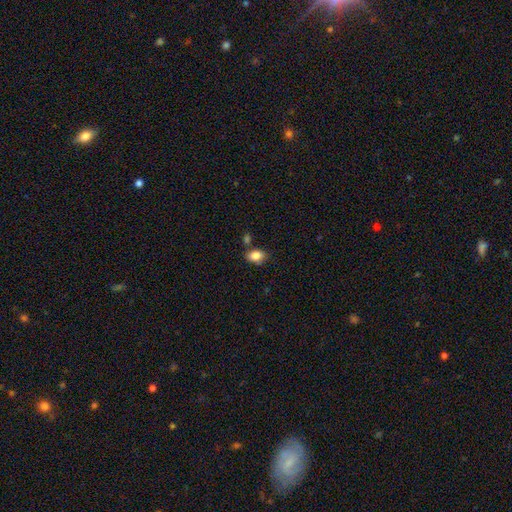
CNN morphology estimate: A smooth galaxy with no disk features (84%) that is in between round and cigar-shaped (82%).

Vote fractions:
- Smooth or featured? smooth: 84% / star or artifact: 9% / featured or disk: 7%
- How rounded? in between: 82% / round: 16% / cigar-shaped: 1%
- Merging? none: 71% / minor disturbance: 16% / merger: 9% / major disturbance: 4%